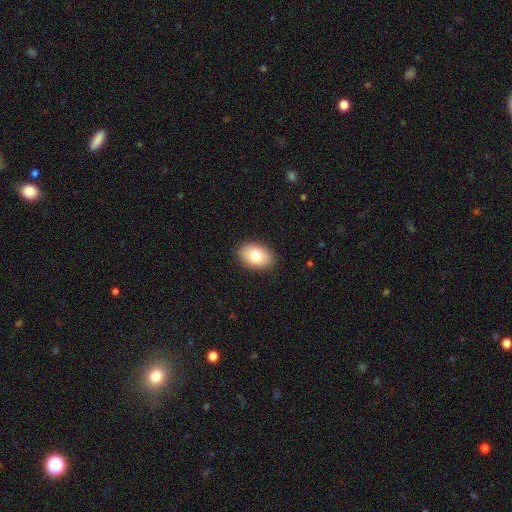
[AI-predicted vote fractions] Q: Smooth or featured?
A: smooth (79%); runner-up: featured or disk (14%)
Q: How rounded?
A: in between (85%); runner-up: round (14%)
Q: Merging?
A: none (89%); runner-up: minor disturbance (8%)